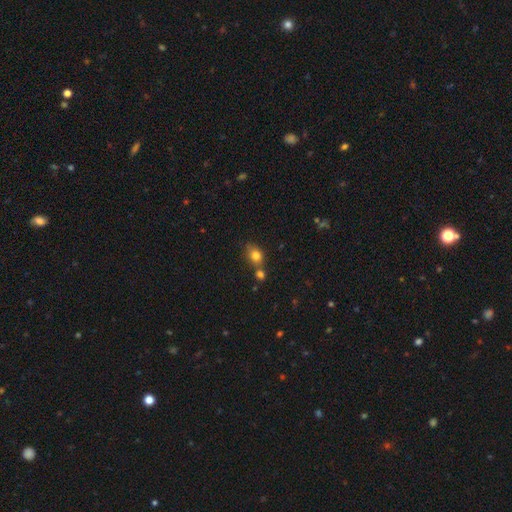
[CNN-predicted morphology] A smooth galaxy with no disk features (80%) that is in between round and cigar-shaped (55%).

Vote fractions:
- Smooth or featured? smooth: 80% / star or artifact: 11% / featured or disk: 9%
- How rounded? in between: 55% / round: 44% / cigar-shaped: 2%
- Merging? none: 52% / merger: 28% / minor disturbance: 15% / major disturbance: 5%